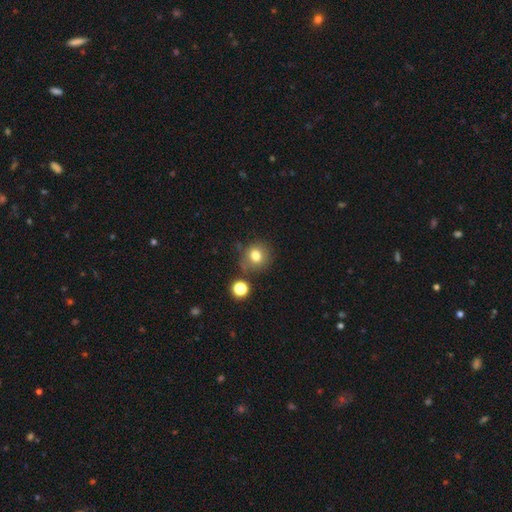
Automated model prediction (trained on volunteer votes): Overall: smooth (77%). How rounded: round (84%). Merging: none (74%).